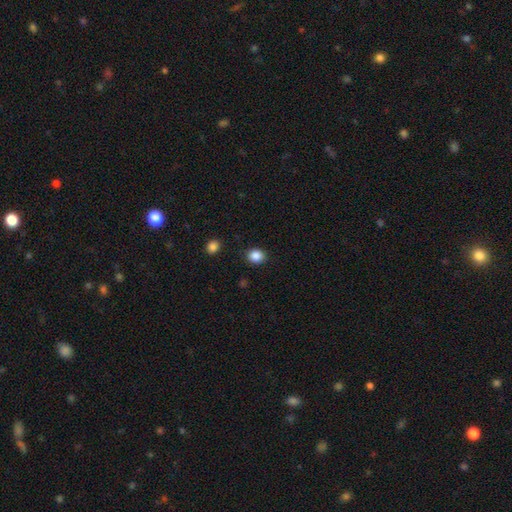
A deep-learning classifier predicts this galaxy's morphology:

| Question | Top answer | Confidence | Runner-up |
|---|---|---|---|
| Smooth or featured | smooth | 87% | star or artifact (10%) |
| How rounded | round | 75% | in between (25%) |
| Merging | none | 89% | minor disturbance (7%) |